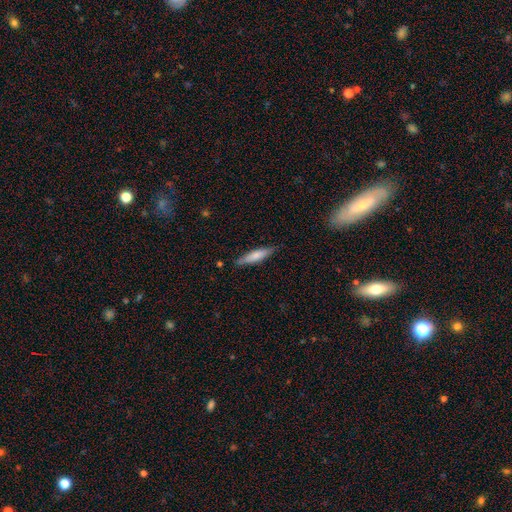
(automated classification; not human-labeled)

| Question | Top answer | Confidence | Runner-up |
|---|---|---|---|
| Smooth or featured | smooth | 67% | featured or disk (27%) |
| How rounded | cigar-shaped | 81% | in between (18%) |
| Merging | none | 84% | minor disturbance (12%) |